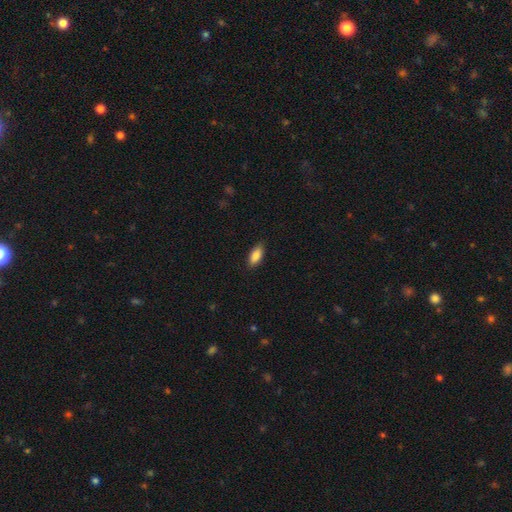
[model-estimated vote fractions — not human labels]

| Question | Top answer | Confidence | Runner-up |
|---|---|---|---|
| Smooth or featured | smooth | 86% | featured or disk (8%) |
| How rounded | in between | 85% | cigar-shaped (13%) |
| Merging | none | 87% | minor disturbance (10%) |